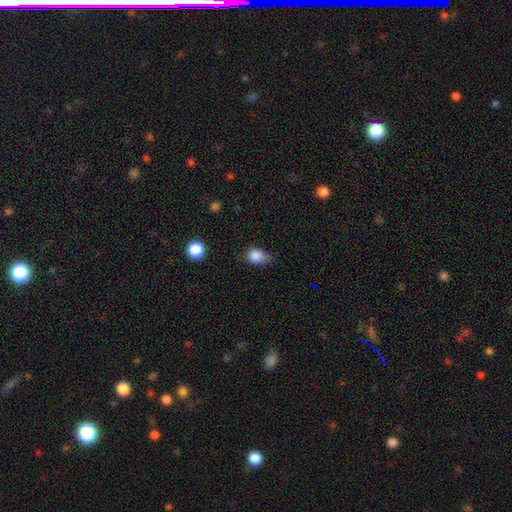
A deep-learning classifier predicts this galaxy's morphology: type=smooth (84%); roundness=in between (56%); merging=minor disturbance (46%).